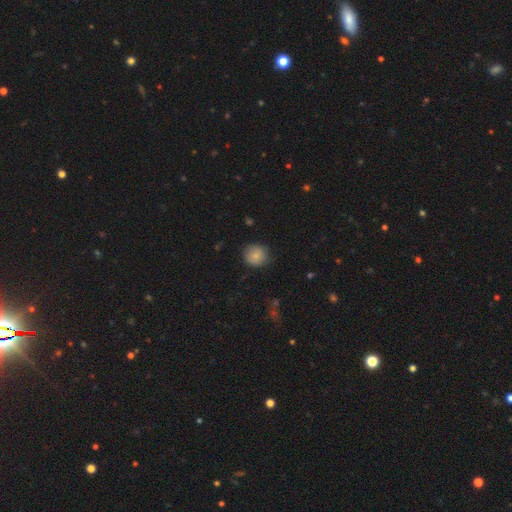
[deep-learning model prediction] A smooth galaxy with no disk features (81%) that is round (89%).

Vote fractions:
- Smooth or featured? smooth: 81% / featured or disk: 11% / star or artifact: 9%
- How rounded? round: 89% / in between: 10% / cigar-shaped: 1%
- Merging? none: 78% / minor disturbance: 17% / major disturbance: 4% / merger: 1%